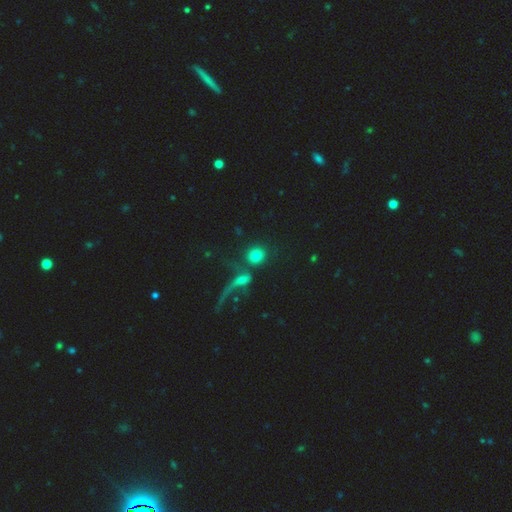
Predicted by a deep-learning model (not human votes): smooth 76%, featured or disk 13%, star or artifact 11%. Down the decision tree: how rounded — round (89%); merging — none (60%).